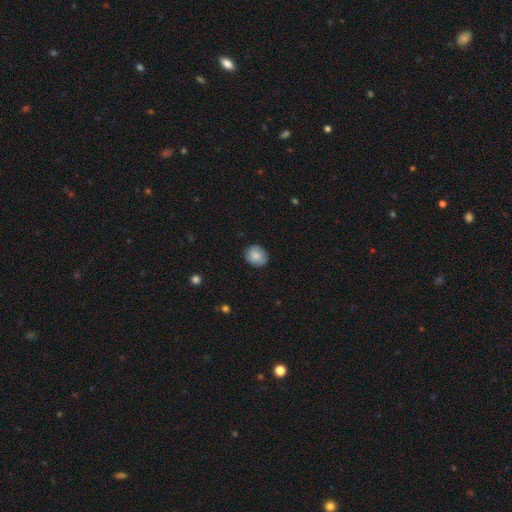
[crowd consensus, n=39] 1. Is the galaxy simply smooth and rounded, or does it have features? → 85% smooth, 13% featured or disk, 3% star or artifact.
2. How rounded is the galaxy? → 76% round, 24% in between, 0% cigar-shaped.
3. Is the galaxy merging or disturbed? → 95% none, 5% minor disturbance, 0% major disturbance, 0% merger.